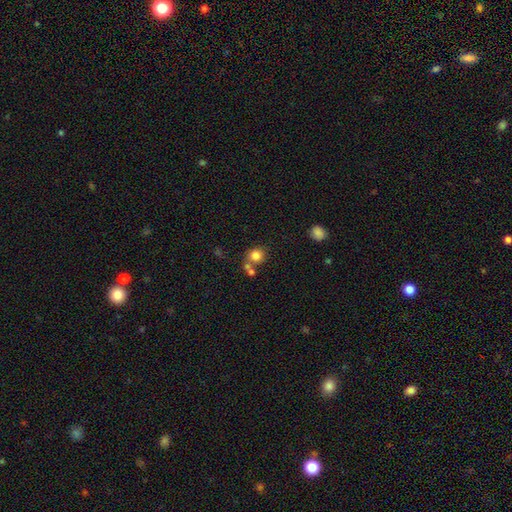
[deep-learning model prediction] This is clearly a smooth galaxy (81%). How rounded: clearly round (85%). Merging: possibly none (60%).